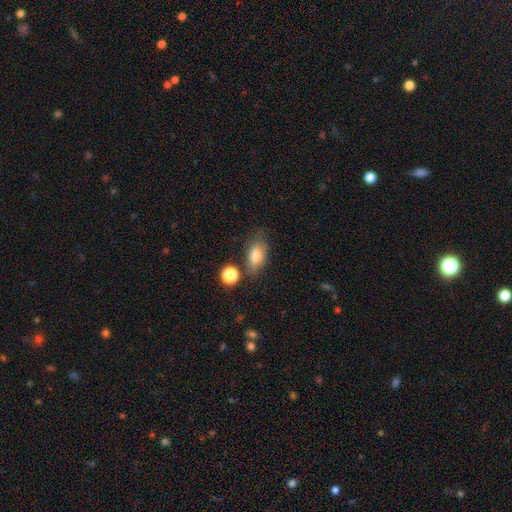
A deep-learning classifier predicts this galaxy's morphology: Smooth or featured? smooth (78%)
How rounded? in between (85%)
Merging? none (63%)